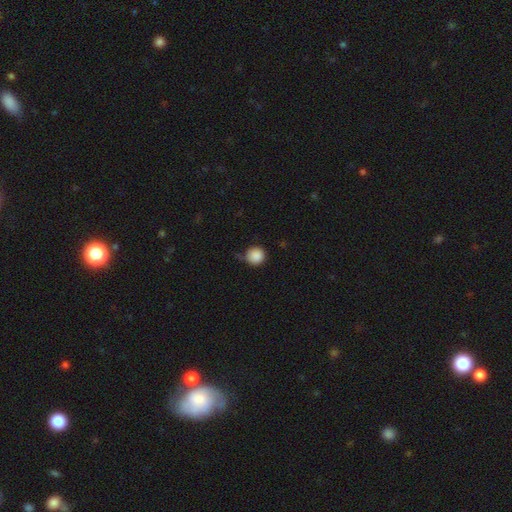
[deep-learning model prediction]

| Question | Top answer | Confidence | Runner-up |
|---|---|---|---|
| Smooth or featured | smooth | 88% | star or artifact (9%) |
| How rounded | round | 95% | in between (4%) |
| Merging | none | 69% | minor disturbance (22%) |